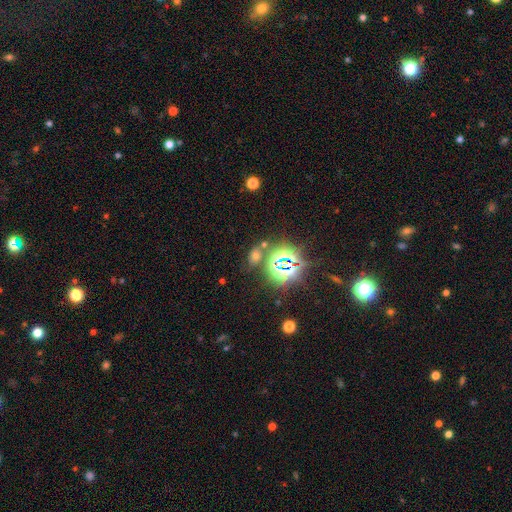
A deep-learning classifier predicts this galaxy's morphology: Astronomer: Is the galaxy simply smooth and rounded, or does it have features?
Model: star or artifact — 51% (runner-up: smooth, 38%).